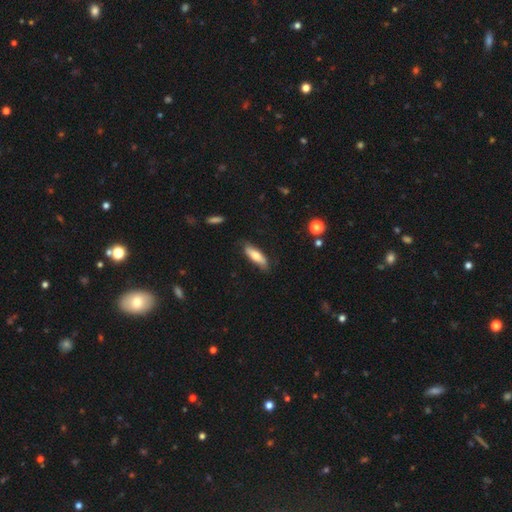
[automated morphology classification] A smooth galaxy with no disk features (69%) that is cigar-shaped (54%). Merging: none (80%).